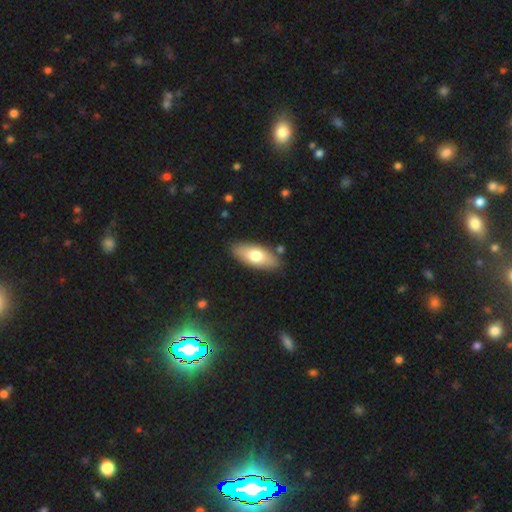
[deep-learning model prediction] Smooth or featured?
  - smooth: 71% *
  - featured or disk: 24%
  - star or artifact: 6%
How rounded?
  - in between: 81% *
  - cigar-shaped: 17%
  - round: 2%
Merging?
  - none: 85% *
  - minor disturbance: 10%
  - merger: 3%
  - major disturbance: 2%